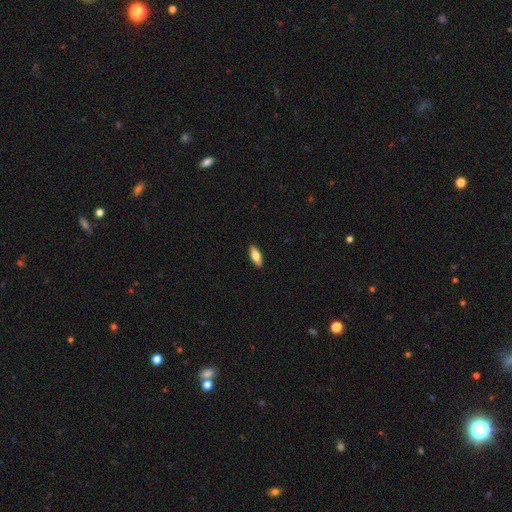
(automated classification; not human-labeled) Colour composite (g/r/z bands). It shows a smooth galaxy with no disk features (76%) that is in between round and cigar-shaped (74%). Merging: none (90%).